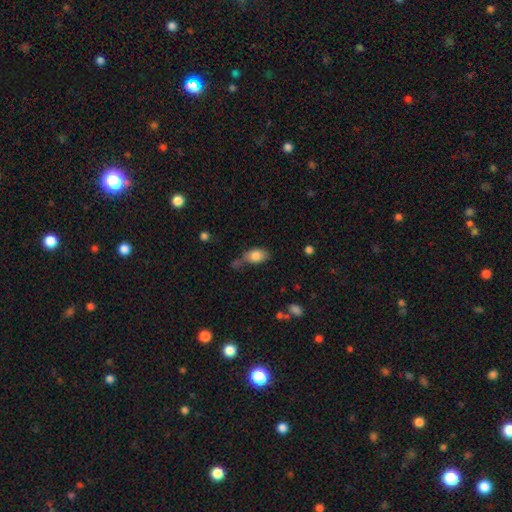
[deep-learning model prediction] Q: Smooth or featured?
A: smooth (81%); runner-up: featured or disk (11%)
Q: How rounded?
A: in between (88%); runner-up: round (9%)
Q: Merging?
A: none (45%); runner-up: minor disturbance (26%)